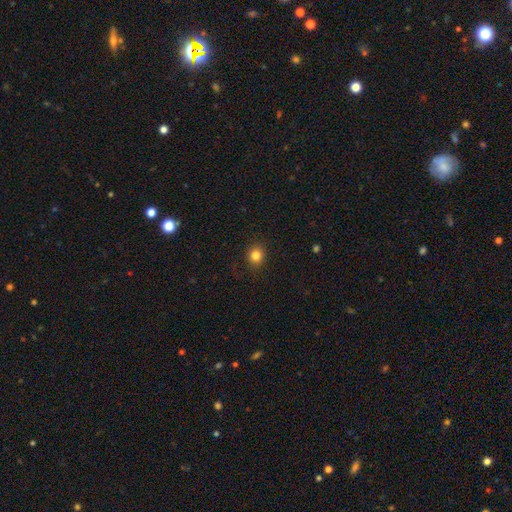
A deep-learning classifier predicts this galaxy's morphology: Smooth or featured?
  - smooth: 83% *
  - star or artifact: 12%
  - featured or disk: 5%
How rounded?
  - round: 81% *
  - in between: 18%
  - cigar-shaped: 1%
Merging?
  - none: 89% *
  - minor disturbance: 8%
  - major disturbance: 2%
  - merger: 1%